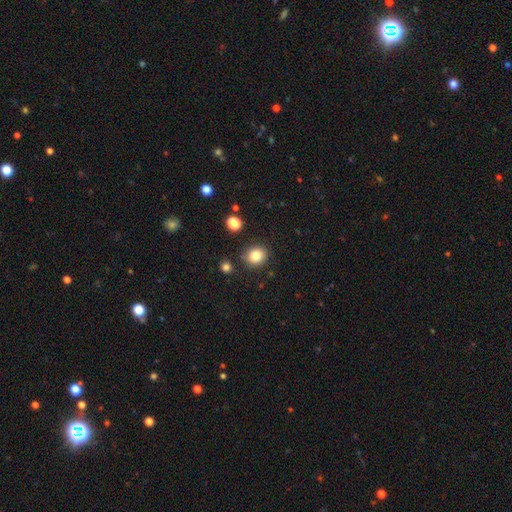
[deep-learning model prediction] Morphology: type=smooth (83%); roundness=round (80%); merging=none (86%).